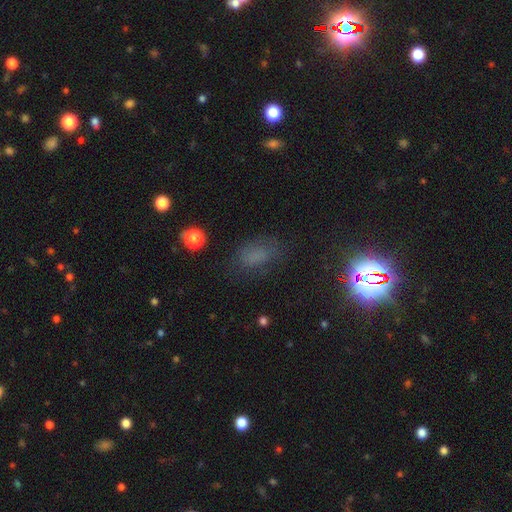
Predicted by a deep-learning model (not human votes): This appears to be a smooth galaxy with no disk features (59%) that is in between round and cigar-shaped (82%). Merging: none (67%).